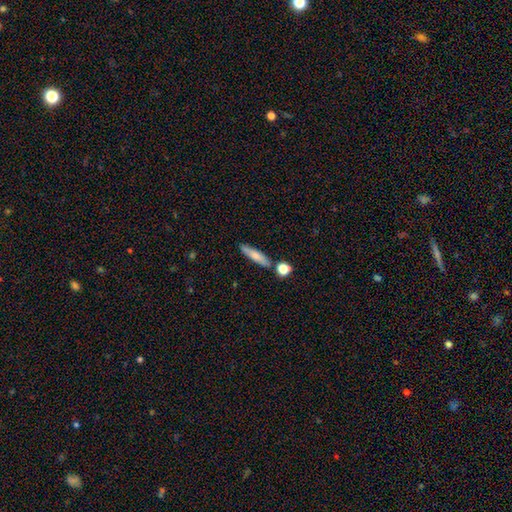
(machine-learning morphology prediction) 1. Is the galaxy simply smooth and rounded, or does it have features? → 72% smooth, 21% featured or disk, 7% star or artifact.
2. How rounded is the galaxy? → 79% cigar-shaped, 18% in between, 3% round.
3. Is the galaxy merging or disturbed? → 77% none, 12% minor disturbance, 9% merger, 3% major disturbance.